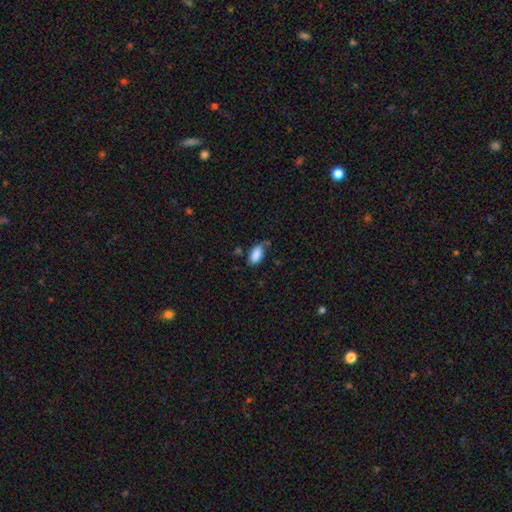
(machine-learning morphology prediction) A smooth galaxy with no disk features (86%) that is in between round and cigar-shaped (92%). Merging: none (53%).